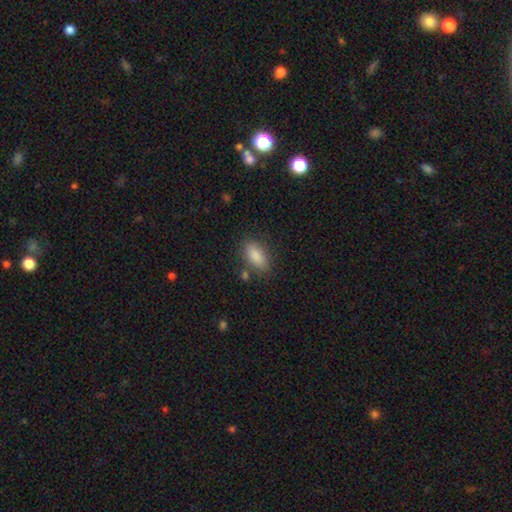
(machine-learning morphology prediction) Smooth or featured? smooth (87%)
How rounded? in between (86%)
Merging? none (77%)